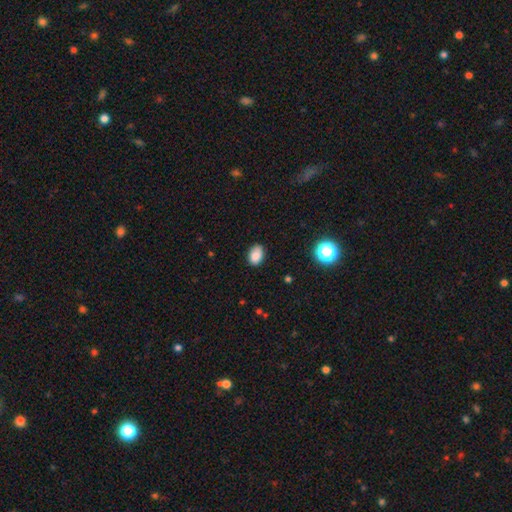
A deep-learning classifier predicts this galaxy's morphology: Smooth or featured?
  - smooth: 85% *
  - star or artifact: 10%
  - featured or disk: 5%
How rounded?
  - in between: 81% *
  - round: 18%
  - cigar-shaped: 1%
Merging?
  - none: 81% *
  - minor disturbance: 15%
  - major disturbance: 3%
  - merger: 1%